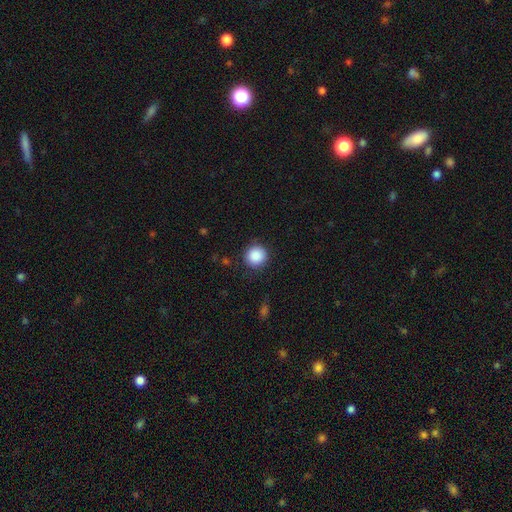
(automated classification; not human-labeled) This appears to be a smooth galaxy with no disk features (88%) that is round (93%). Merging: none (88%).